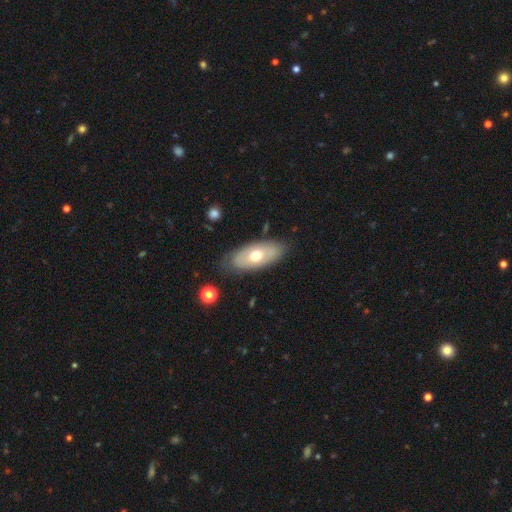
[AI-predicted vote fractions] smooth-or-featured: smooth: 53% | featured or disk: 41% | star or artifact: 6%
  how-rounded: in between: 88% | cigar-shaped: 8% | round: 4%
  merging: none: 80% | minor disturbance: 15% | major disturbance: 4% | merger: 2%